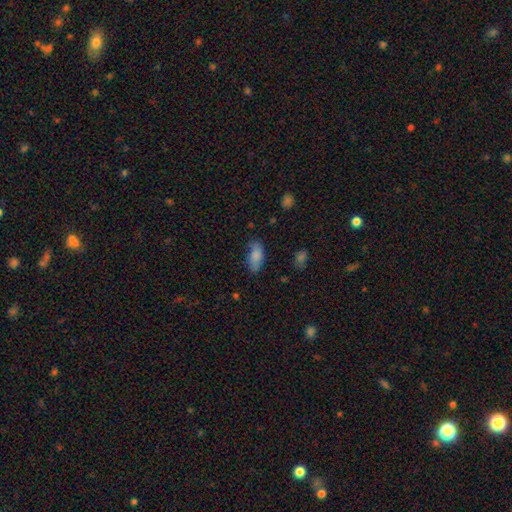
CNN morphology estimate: The model was most divided on "merging": none: 66%, minor disturbance: 25%, major disturbance: 7%, merger: 3%. More confident: how rounded — in between (84%); smooth or featured — smooth (82%).